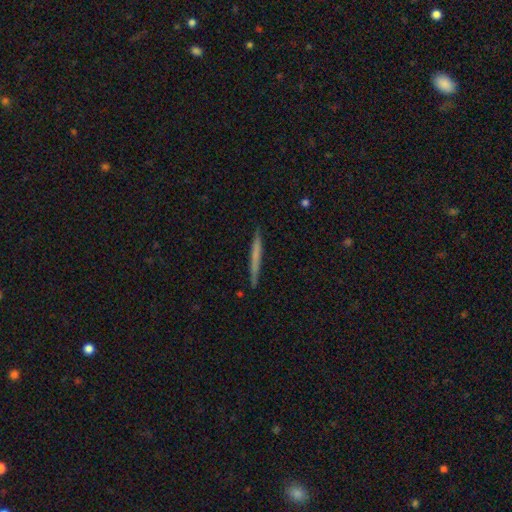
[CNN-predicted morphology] smooth_or_featured: smooth (p=0.57) [alt: featured or disk p=0.38]
how_rounded: cigar-shaped (p=0.97) [alt: in between p=0.02]
merging: none (p=0.90) [alt: minor disturbance p=0.07]